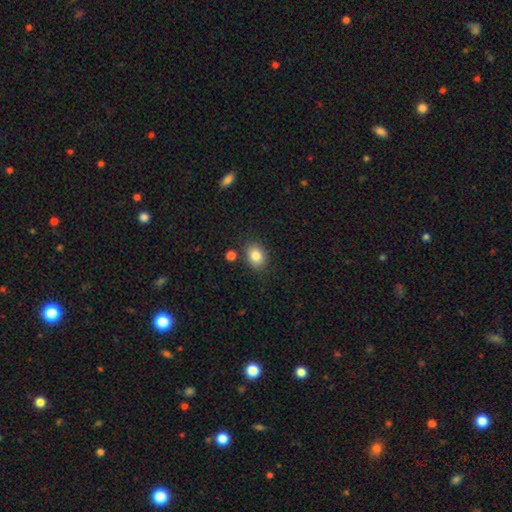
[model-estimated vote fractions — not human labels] Morphology: type=smooth (85%); roundness=in between (60%); merging=none (82%).